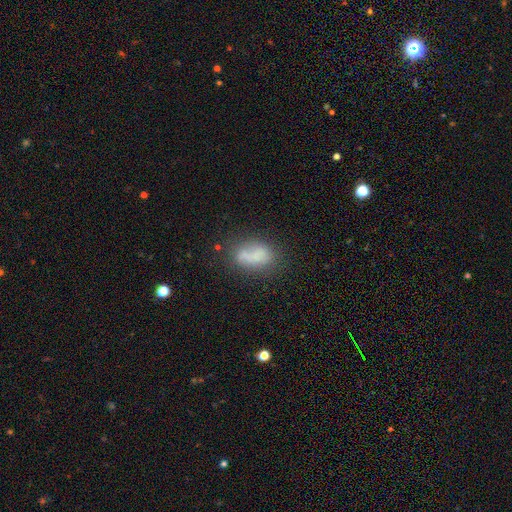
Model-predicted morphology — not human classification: Smooth or featured: smooth — 68% (featured or disk — 21%)
How rounded: in between — 83% (round — 8%)
Merging: none — 50% (minor disturbance — 23%)